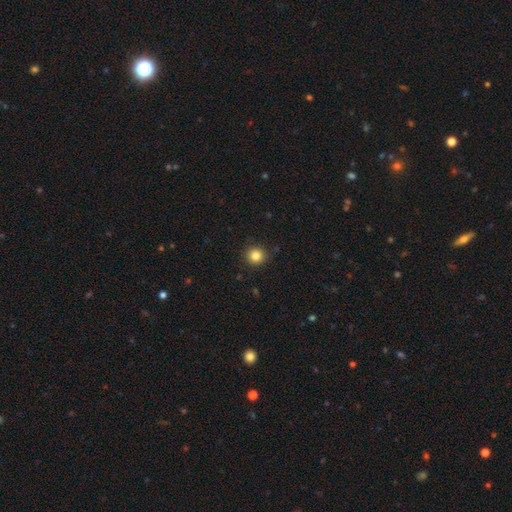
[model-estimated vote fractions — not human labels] This appears to be a smooth galaxy with no disk features (84%) that is round (92%). Merging: none (89%).